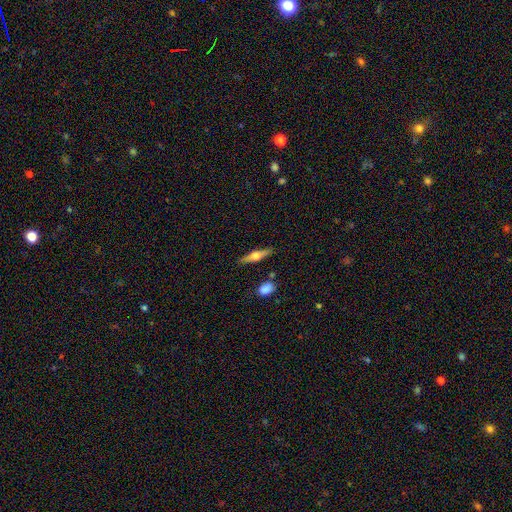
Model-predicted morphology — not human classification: Overall: featured or disk (54%; smooth 40%). Edge-on disk: yes (94%). Edge-on bulge: rounded (93%). Merging: none (84%).